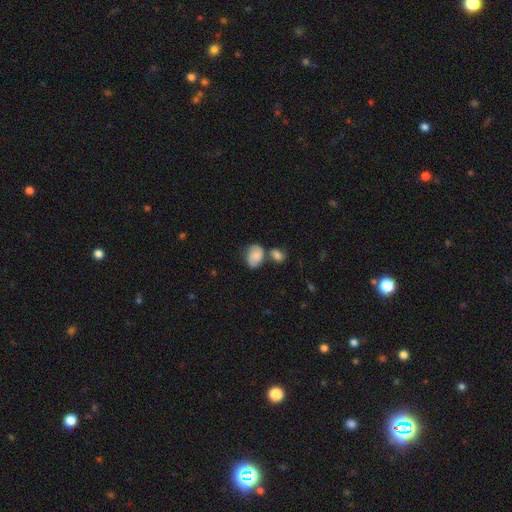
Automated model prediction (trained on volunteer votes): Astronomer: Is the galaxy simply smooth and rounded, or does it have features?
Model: smooth — 78%.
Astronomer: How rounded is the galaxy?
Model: in between — 78%.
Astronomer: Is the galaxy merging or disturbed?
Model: none — 38% (runner-up: merger, 37%).